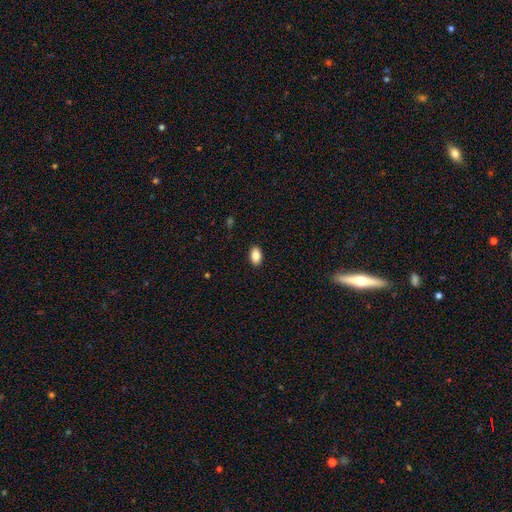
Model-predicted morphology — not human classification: type=smooth (87%); roundness=in between (91%); merging=none (90%).